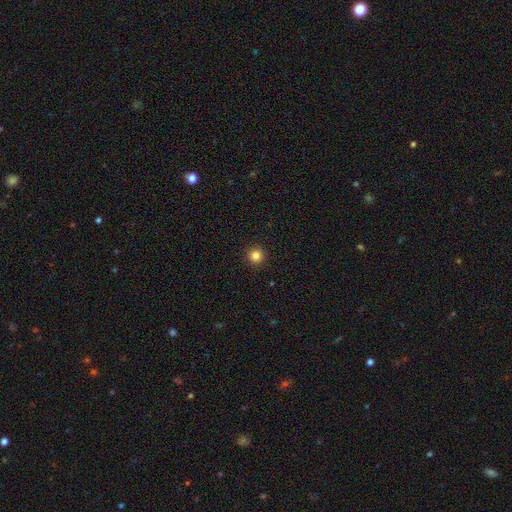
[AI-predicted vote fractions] smooth 83%, star or artifact 13%, featured or disk 4%. Down the decision tree: how rounded — round (96%); merging — none (93%).